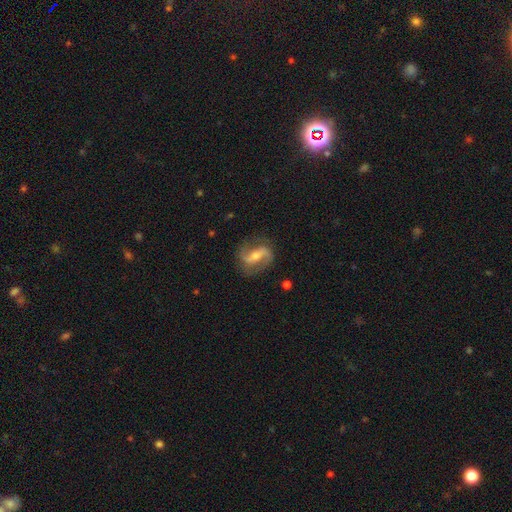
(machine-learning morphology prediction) Overall: featured or disk (86%). Edge-on disk: no (96%). Bar: strong (41%; weak 37%). Spiral arms: yes (95%). Spiral arm count: 2 (91%). Spiral winding: loose (42%, tied with medium). Bulge size: moderate (49%; small 45%). Merging: none (81%).